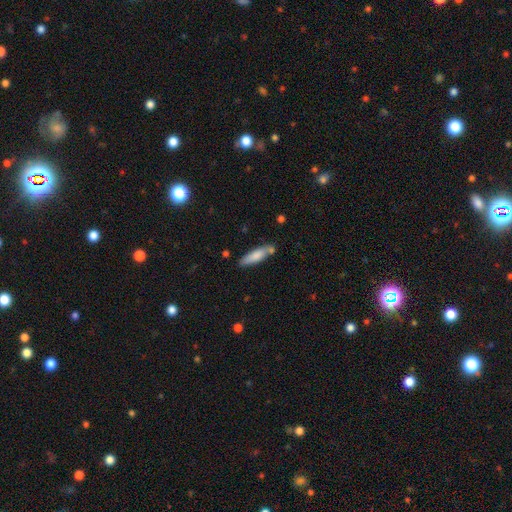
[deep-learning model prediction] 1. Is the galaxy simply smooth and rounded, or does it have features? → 76% smooth, 18% featured or disk, 6% star or artifact.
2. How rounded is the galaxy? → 68% cigar-shaped, 31% in between, 2% round.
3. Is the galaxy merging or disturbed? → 69% none, 17% minor disturbance, 10% merger, 3% major disturbance.